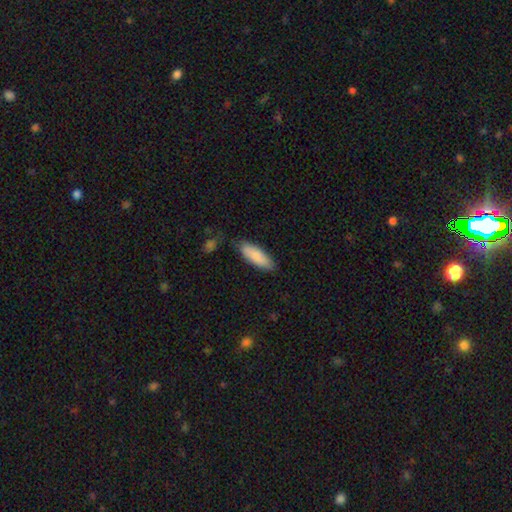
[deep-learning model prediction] Q: Smooth or featured?
A: smooth (85%); runner-up: featured or disk (10%)
Q: How rounded?
A: in between (65%); runner-up: cigar-shaped (34%)
Q: Merging?
A: none (77%); runner-up: minor disturbance (17%)